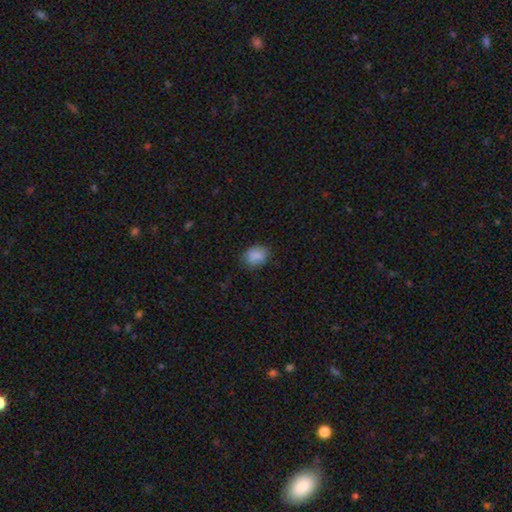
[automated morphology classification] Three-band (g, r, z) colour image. It shows a smooth galaxy with no disk features (86%) that is in between round and cigar-shaped (61%). Merging: none (78%).